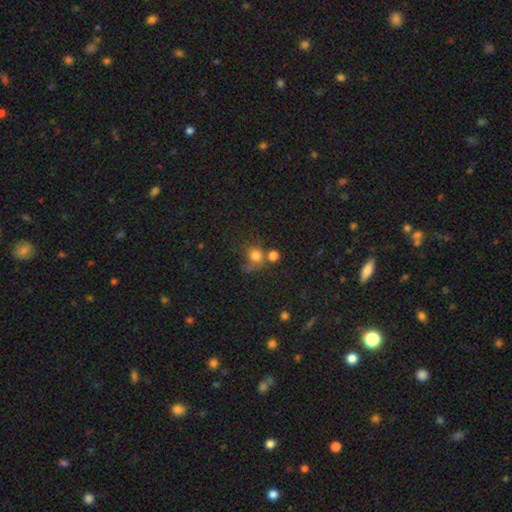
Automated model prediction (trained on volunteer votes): A smooth galaxy with no disk features (76%) that is round (83%).

Vote fractions:
- Smooth or featured? smooth: 76% / star or artifact: 15% / featured or disk: 10%
- How rounded? round: 83% / in between: 16% / cigar-shaped: 1%
- Merging? none: 49% / merger: 24% / minor disturbance: 15% / major disturbance: 11%